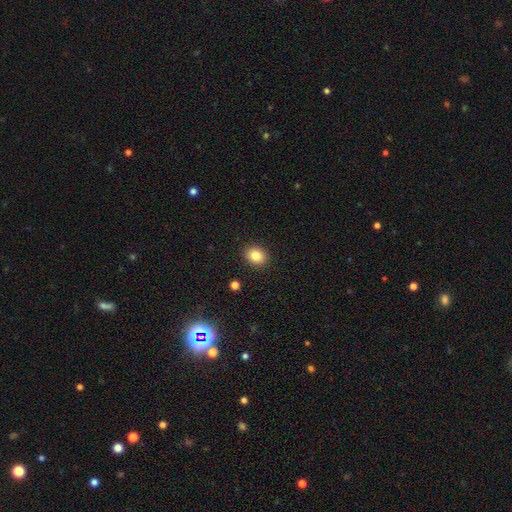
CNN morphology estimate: The model was most divided on "how rounded": round: 51%, in between: 48%, cigar-shaped: 1%. More confident: merging — none (90%); smooth or featured — smooth (86%).